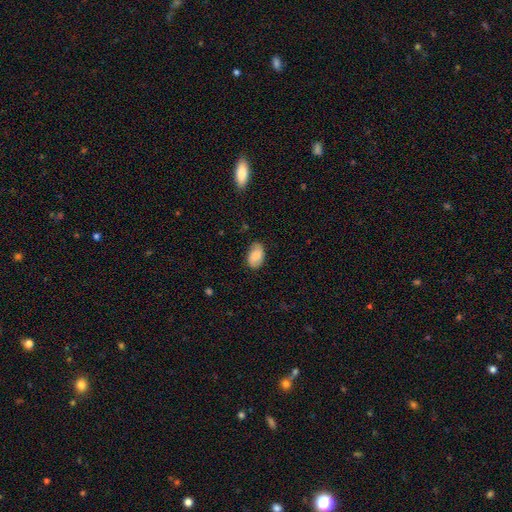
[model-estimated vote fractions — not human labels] smooth 77%, featured or disk 16%, star or artifact 7%. Down the decision tree: how rounded — in between (91%); merging — none (77%).